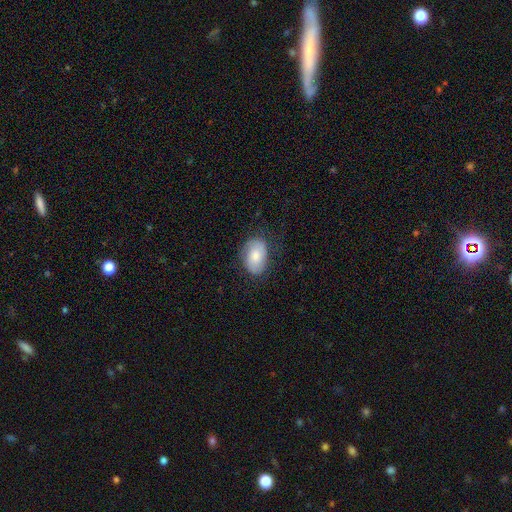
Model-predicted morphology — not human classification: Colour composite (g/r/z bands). It shows a smooth galaxy with no disk features (67%) that is in between round and cigar-shaped (87%). Merging: none (71%).